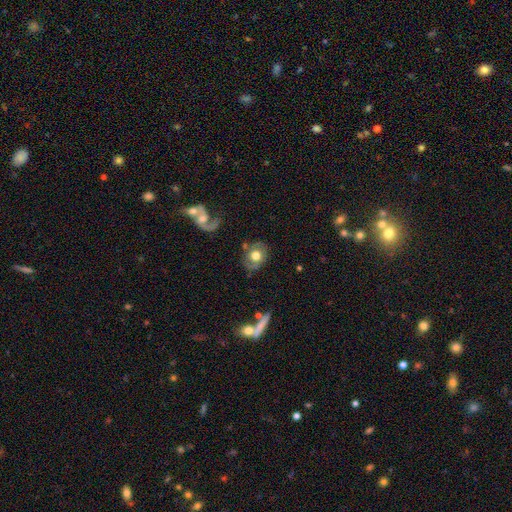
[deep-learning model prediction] The model was most divided on "smooth or featured": featured or disk: 48%, smooth: 44%, star or artifact: 8%. More confident: merging — none (73%).